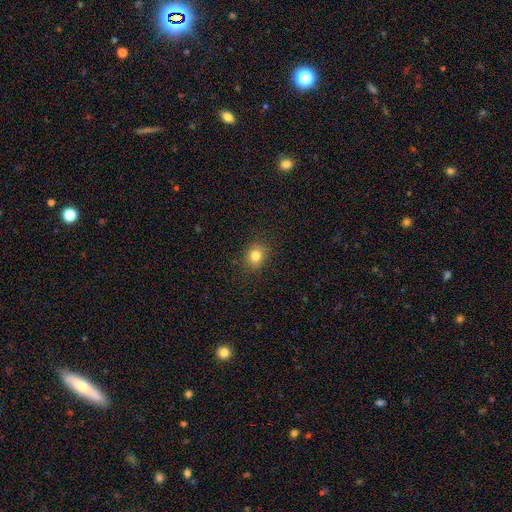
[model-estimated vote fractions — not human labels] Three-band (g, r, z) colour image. It shows a smooth galaxy with no disk features (82%) that is round (68%). Merging: none (88%).